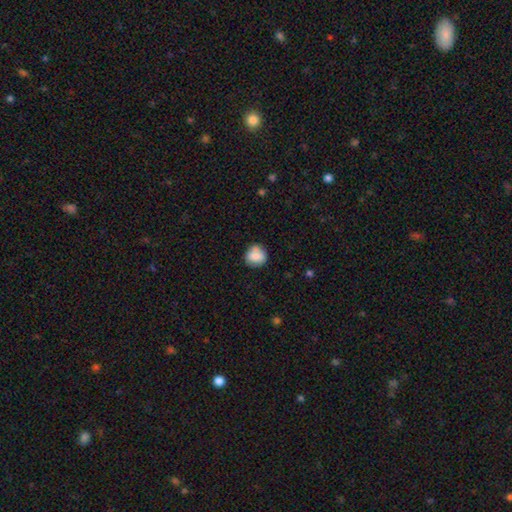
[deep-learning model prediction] Q: Smooth or featured?
A: smooth (80%); runner-up: featured or disk (12%)
Q: How rounded?
A: round (79%); runner-up: in between (20%)
Q: Merging?
A: none (68%); runner-up: minor disturbance (20%)